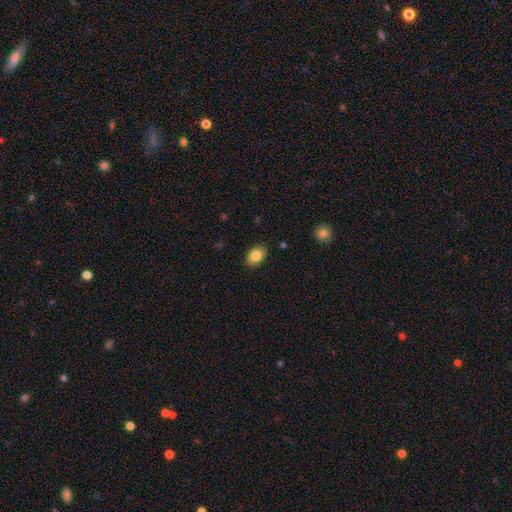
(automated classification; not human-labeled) A smooth galaxy with no disk features (85%) that is in between round and cigar-shaped (80%). Merging: none (86%).